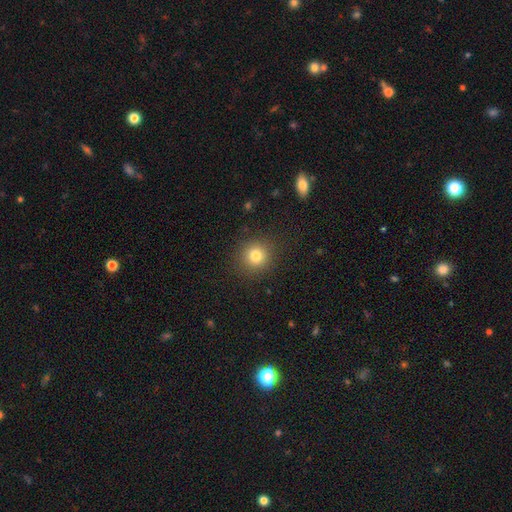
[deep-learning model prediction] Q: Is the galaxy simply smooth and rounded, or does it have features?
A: smooth — 80%.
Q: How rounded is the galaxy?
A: round — 91%.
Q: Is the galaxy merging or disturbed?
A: none — 89%.